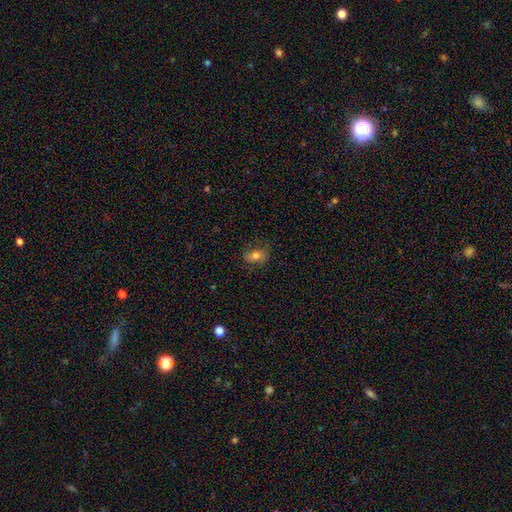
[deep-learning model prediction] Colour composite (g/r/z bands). It shows a smooth galaxy with no disk features (69%) that is in between round and cigar-shaped (71%). Merging: none (71%).